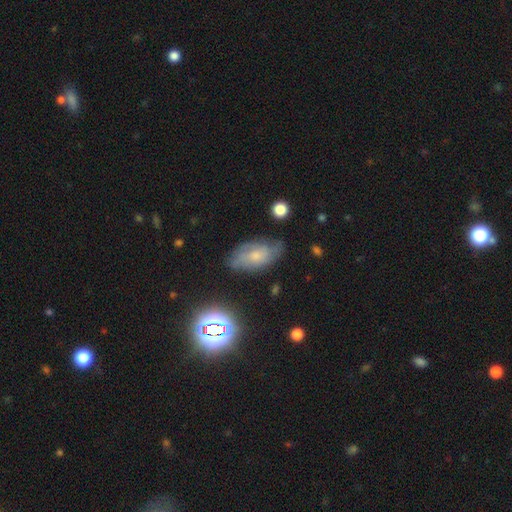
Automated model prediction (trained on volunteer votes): smooth-or-featured: featured or disk: 45% | smooth: 42% | star or artifact: 13%
  merging: none: 63% | minor disturbance: 27% | major disturbance: 8% | merger: 2%